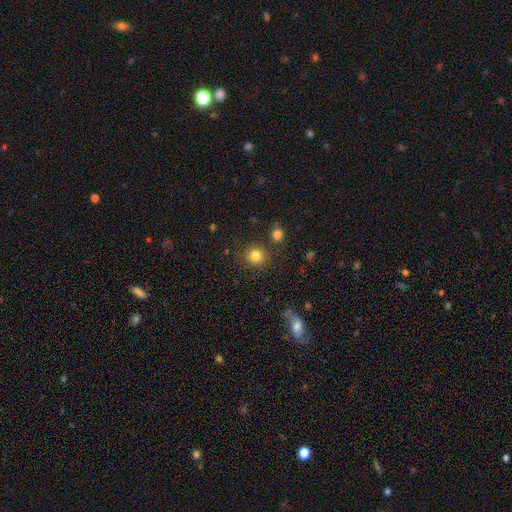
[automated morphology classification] A smooth galaxy with no disk features (82%) that is round (90%). Merging: none (84%).